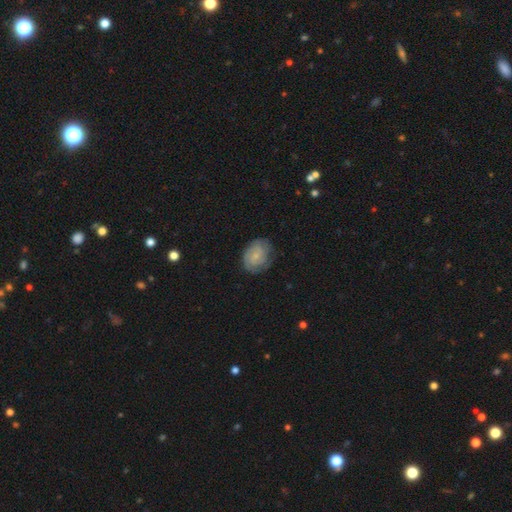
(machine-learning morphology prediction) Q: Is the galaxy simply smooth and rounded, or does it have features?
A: featured or disk — 65%.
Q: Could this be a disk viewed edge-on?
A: no — 98%.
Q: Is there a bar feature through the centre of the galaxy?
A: no — 65%.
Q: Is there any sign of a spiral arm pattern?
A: yes — 91%.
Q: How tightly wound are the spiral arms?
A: tight — 66%.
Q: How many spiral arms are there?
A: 2 — 43%.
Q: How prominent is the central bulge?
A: small — 68%.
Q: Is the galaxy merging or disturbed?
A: none — 73%.